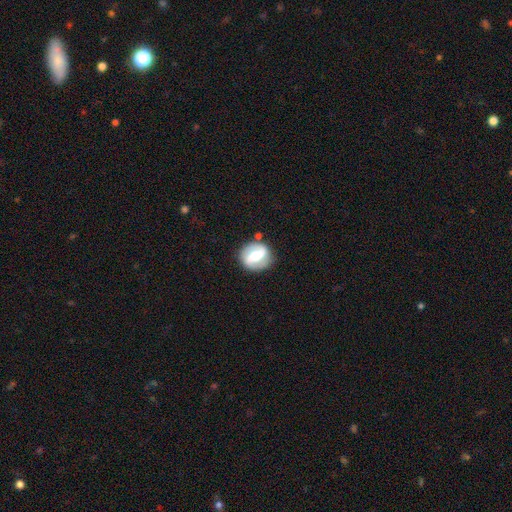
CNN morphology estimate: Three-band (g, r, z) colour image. It shows a featured or disk galaxy (72%) with a strong bar (58%), 2 (88%) medium (40%) spiral arms (78%) and a moderate central bulge (59%). Merging: none (82%).